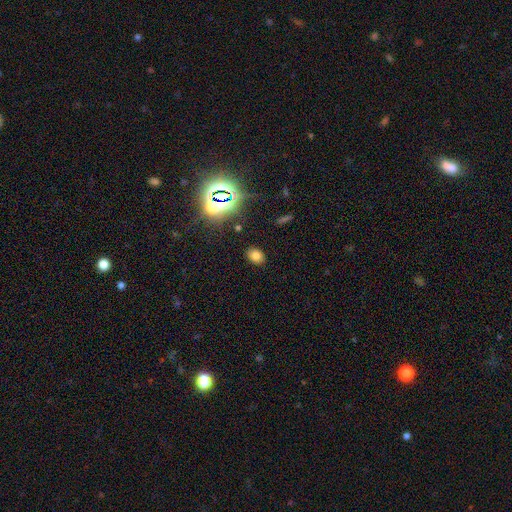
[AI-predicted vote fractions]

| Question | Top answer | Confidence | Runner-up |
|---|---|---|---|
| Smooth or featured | smooth | 71% | star or artifact (21%) |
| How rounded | in between | 68% | round (31%) |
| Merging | none | 86% | minor disturbance (9%) |